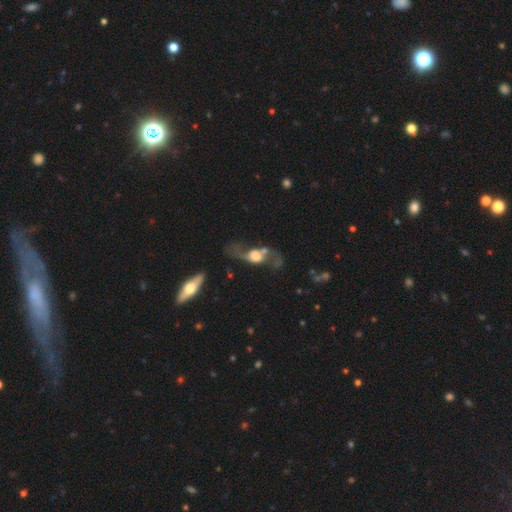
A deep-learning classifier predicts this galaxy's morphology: Smooth or featured? featured or disk (77%)
Edge-on disk? no (79%)
Bar? no (60%)
Spiral arms? yes (84%)
Spiral winding? loose (82%)
Spiral arm count? 2 (92%)
Bulge size? large (52%)
Merging? none (50%)